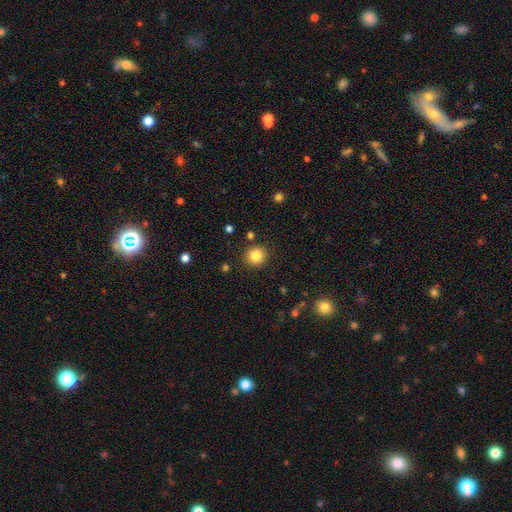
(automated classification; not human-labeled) Overall: smooth (84%). How rounded: round (92%). Merging: none (89%).